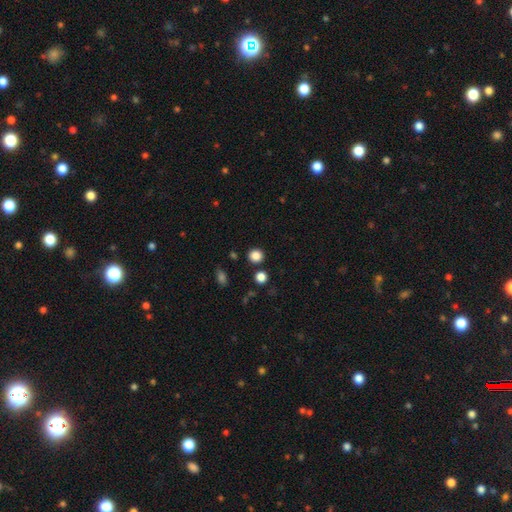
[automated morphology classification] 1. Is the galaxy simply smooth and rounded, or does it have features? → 85% smooth, 12% star or artifact, 4% featured or disk.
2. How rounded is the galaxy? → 89% round, 10% in between, 1% cigar-shaped.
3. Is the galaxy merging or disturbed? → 87% none, 6% minor disturbance, 4% merger, 2% major disturbance.